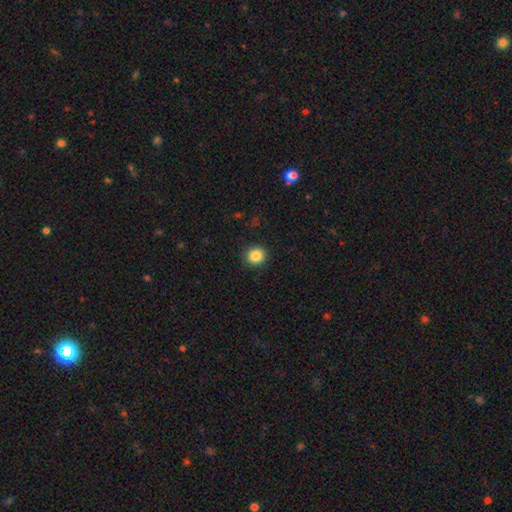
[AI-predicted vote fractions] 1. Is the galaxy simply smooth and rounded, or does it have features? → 86% smooth, 10% star or artifact, 4% featured or disk.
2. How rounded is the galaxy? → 88% round, 11% in between, 1% cigar-shaped.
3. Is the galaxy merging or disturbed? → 91% none, 6% minor disturbance, 2% major disturbance, 1% merger.